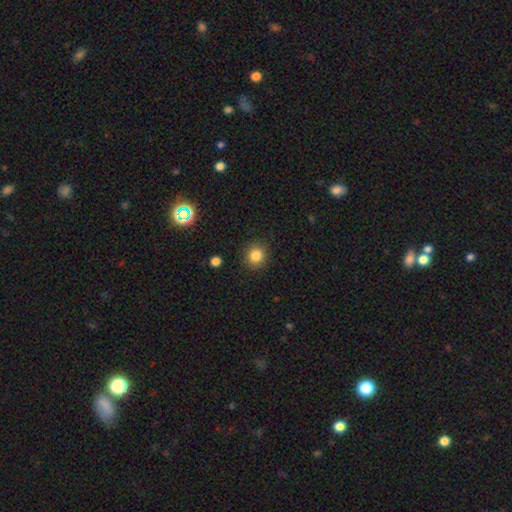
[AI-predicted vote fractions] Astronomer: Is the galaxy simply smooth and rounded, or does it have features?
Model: smooth — 84%.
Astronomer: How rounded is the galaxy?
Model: round — 90%.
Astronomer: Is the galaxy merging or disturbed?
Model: none — 90%.